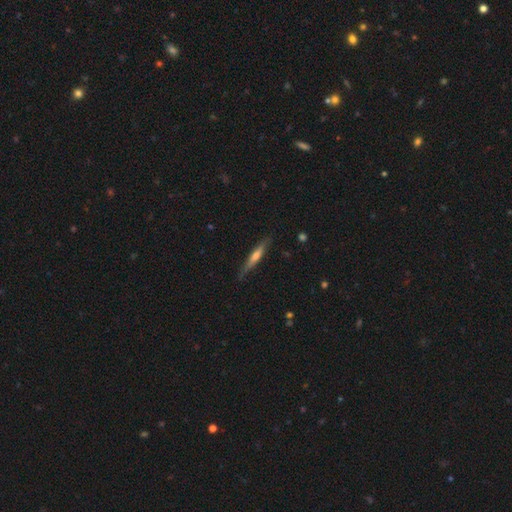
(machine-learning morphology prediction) Smooth or featured? Predicted: featured or disk (p=0.48). Merging? Predicted: none (p=0.81).